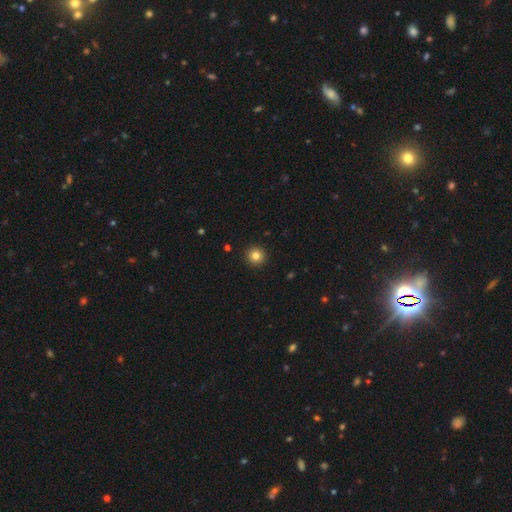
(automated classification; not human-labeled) smooth_or_featured: smooth (p=0.83) [alt: star or artifact p=0.11]
how_rounded: round (p=0.95) [alt: in between p=0.04]
merging: none (p=0.93) [alt: minor disturbance p=0.04]